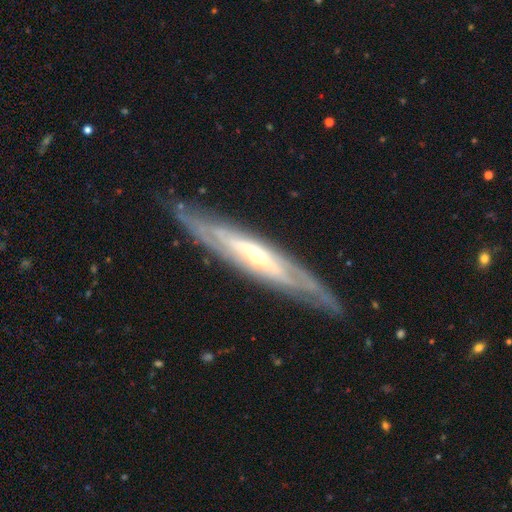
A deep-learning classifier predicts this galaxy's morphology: featured or disk 82%, smooth 12%, star or artifact 5%. Down the decision tree: edge-on disk — yes (52%); merging — none (82%).